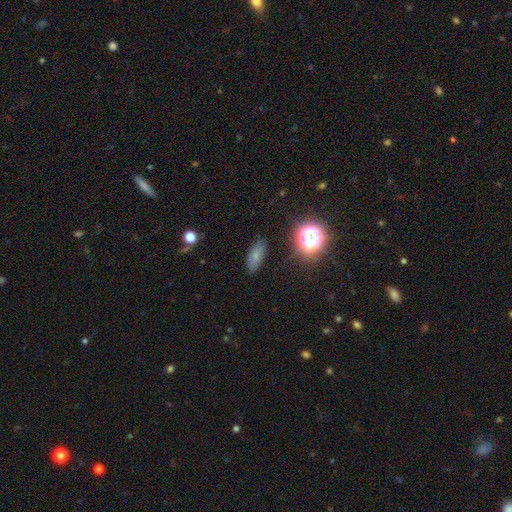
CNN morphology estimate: Smooth or featured?
  - smooth: 69% *
  - star or artifact: 18%
  - featured or disk: 13%
How rounded?
  - in between: 78% *
  - cigar-shaped: 15%
  - round: 6%
Merging?
  - none: 82% *
  - minor disturbance: 13%
  - major disturbance: 4%
  - merger: 2%